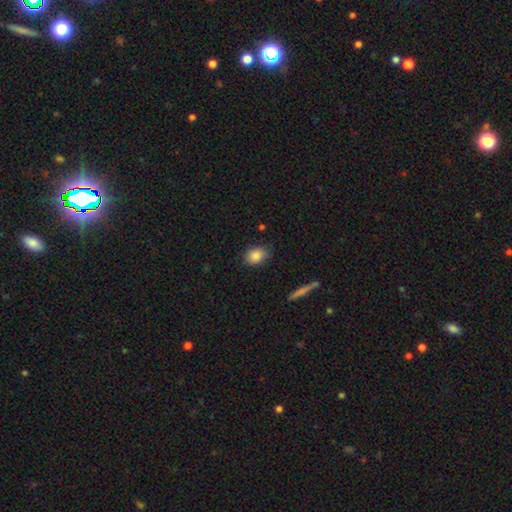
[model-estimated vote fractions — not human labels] Smooth or featured? smooth (86%)
How rounded? in between (66%)
Merging? none (83%)